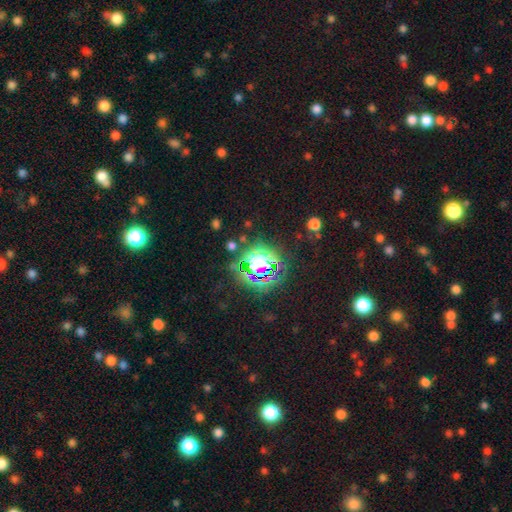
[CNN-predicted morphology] Smooth or featured?
  - star or artifact: 77% *
  - smooth: 15%
  - featured or disk: 8%